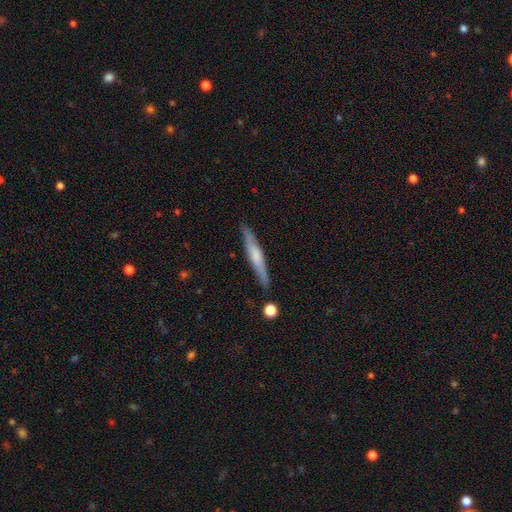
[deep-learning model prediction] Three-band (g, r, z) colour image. It shows a featured or disk galaxy (49%). Merging: none (86%).